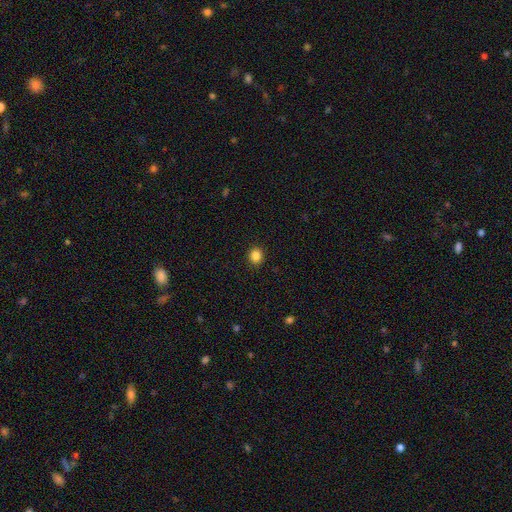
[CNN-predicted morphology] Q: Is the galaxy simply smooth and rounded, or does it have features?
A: smooth — 85%.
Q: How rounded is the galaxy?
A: round — 81%.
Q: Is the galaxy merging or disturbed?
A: none — 92%.